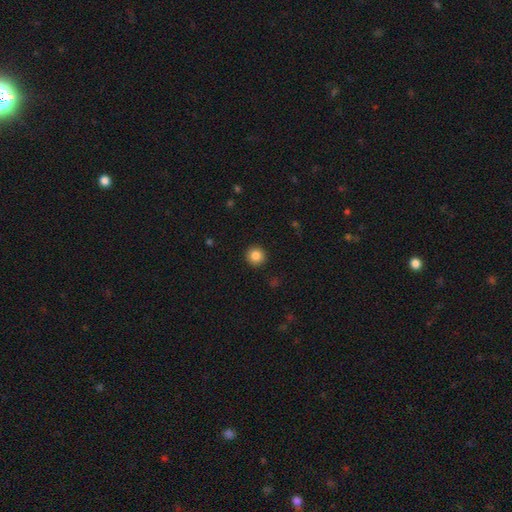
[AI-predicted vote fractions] smooth 85%, star or artifact 10%, featured or disk 5%. Down the decision tree: how rounded — round (94%); merging — none (92%).